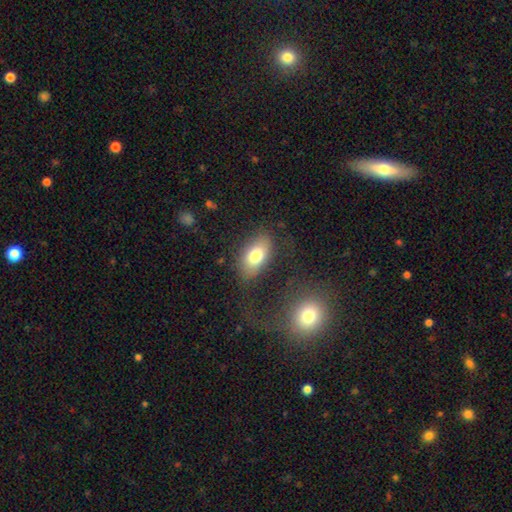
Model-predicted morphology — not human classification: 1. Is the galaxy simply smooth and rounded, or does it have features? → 76% smooth, 16% featured or disk, 8% star or artifact.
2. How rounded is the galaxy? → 90% in between, 7% round, 3% cigar-shaped.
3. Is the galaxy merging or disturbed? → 75% none, 15% minor disturbance, 7% major disturbance, 3% merger.